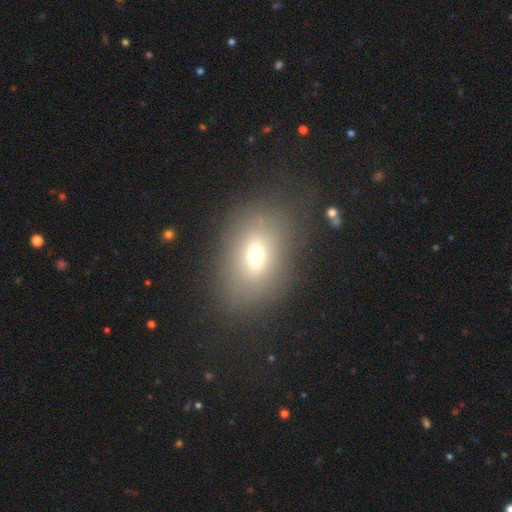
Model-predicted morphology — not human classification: smooth 64%, featured or disk 20%, star or artifact 16%. Down the decision tree: how rounded — in between (75%); merging — none (73%).